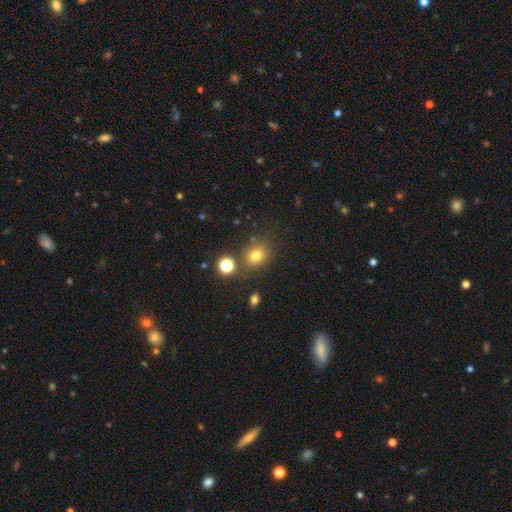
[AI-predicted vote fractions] Smooth or featured?
  - smooth: 75% *
  - star or artifact: 17%
  - featured or disk: 8%
How rounded?
  - round: 63% *
  - in between: 36%
  - cigar-shaped: 1%
Merging?
  - none: 74% *
  - minor disturbance: 13%
  - merger: 9%
  - major disturbance: 5%